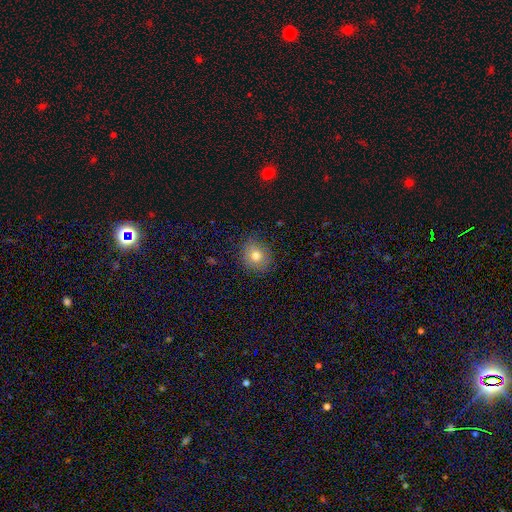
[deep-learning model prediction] smooth-or-featured: smooth: 77% | star or artifact: 12% | featured or disk: 11%
  how-rounded: round: 76% | in between: 23% | cigar-shaped: 1%
  merging: none: 86% | minor disturbance: 11% | major disturbance: 3% | merger: 1%